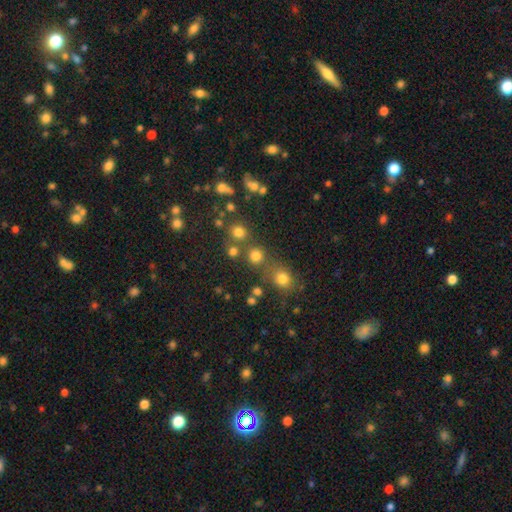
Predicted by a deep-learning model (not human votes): Overall: smooth (75%). How rounded: round (88%). Merging: none (69%).